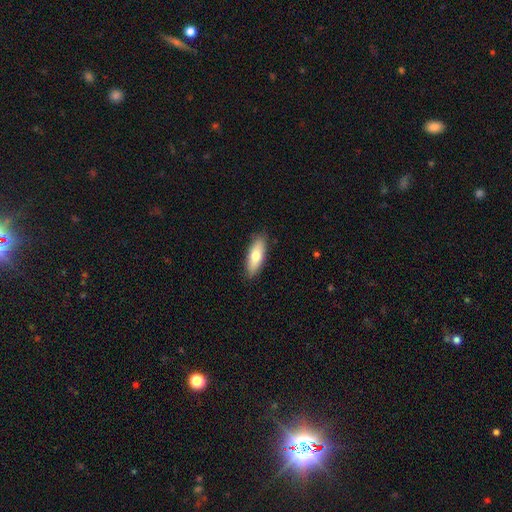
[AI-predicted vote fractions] This appears to be a smooth galaxy with no disk features (72%) that is in between round and cigar-shaped (63%). Merging: none (87%).